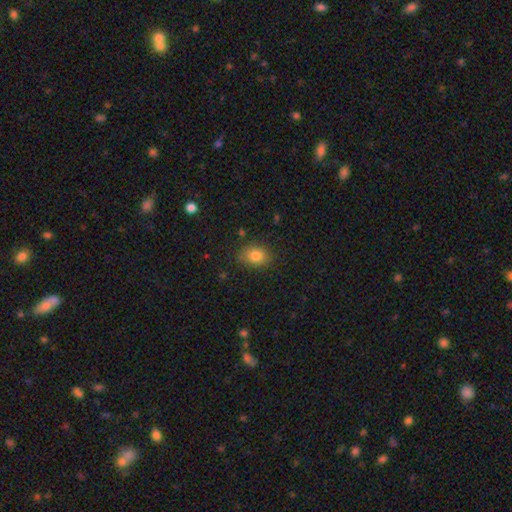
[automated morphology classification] Q: Smooth or featured?
A: smooth (83%); runner-up: star or artifact (10%)
Q: How rounded?
A: in between (61%); runner-up: round (38%)
Q: Merging?
A: none (82%); runner-up: minor disturbance (13%)